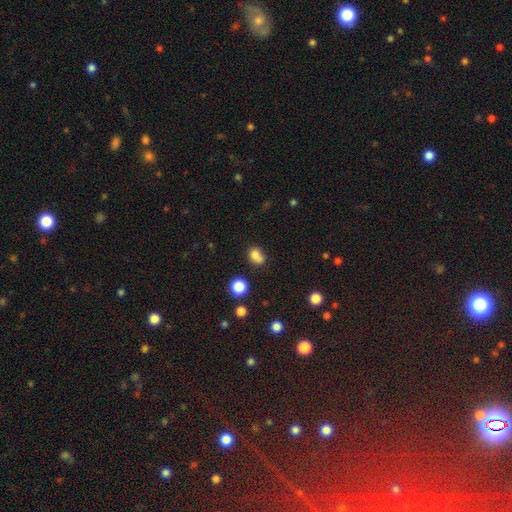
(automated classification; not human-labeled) Smooth or featured? smooth (76%)
How rounded? round (51%)
Merging? none (40%)